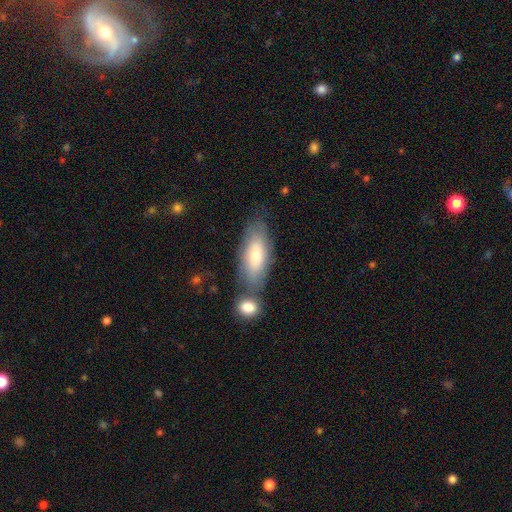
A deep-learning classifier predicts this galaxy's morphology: Overall: smooth (72%). How rounded: in between (80%). Merging: none (58%; merger 20%).